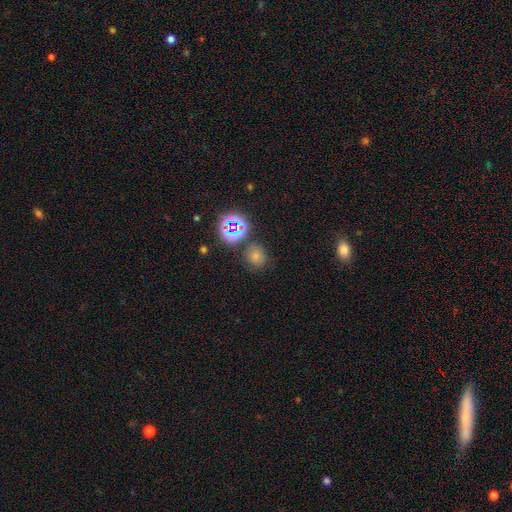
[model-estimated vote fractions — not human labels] Smooth or featured: smooth — 65% (star or artifact — 28%)
How rounded: round — 78% (in between — 21%)
Merging: none — 77% (minor disturbance — 12%)